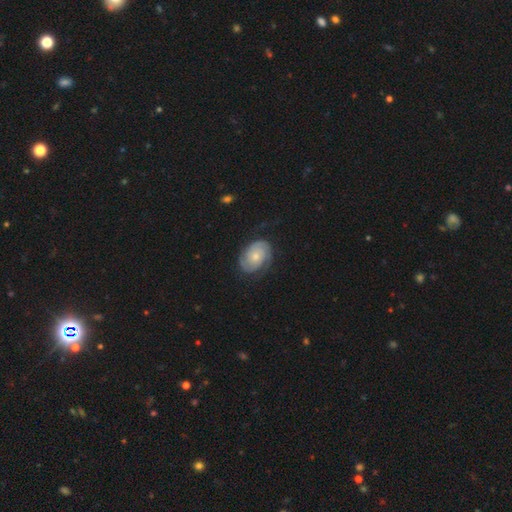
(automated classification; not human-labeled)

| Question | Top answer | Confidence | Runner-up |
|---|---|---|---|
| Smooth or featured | featured or disk | 74% | smooth (20%) |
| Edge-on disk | no | 97% | yes (3%) |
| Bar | no | 79% | weak (18%) |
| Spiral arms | yes | 93% | no (7%) |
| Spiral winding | tight | 64% | medium (27%) |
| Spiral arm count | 2 | 64% | can't tell (18%) |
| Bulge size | moderate | 47% | small (46%) |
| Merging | none | 74% | minor disturbance (18%) |